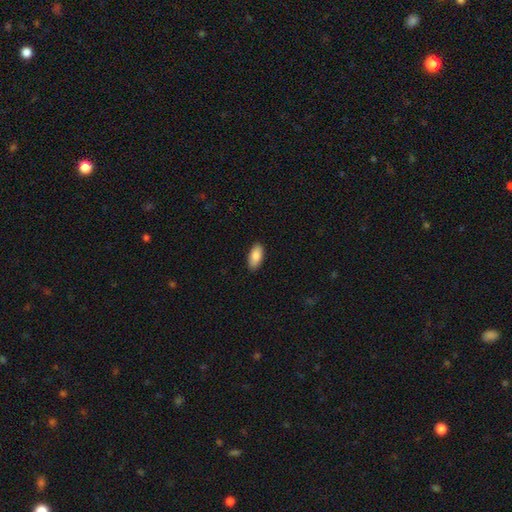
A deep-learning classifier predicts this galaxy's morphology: smooth-or-featured: smooth: 88% | featured or disk: 6% | star or artifact: 6%
  how-rounded: in between: 91% | cigar-shaped: 7% | round: 2%
  merging: none: 88% | minor disturbance: 9% | major disturbance: 2% | merger: 1%